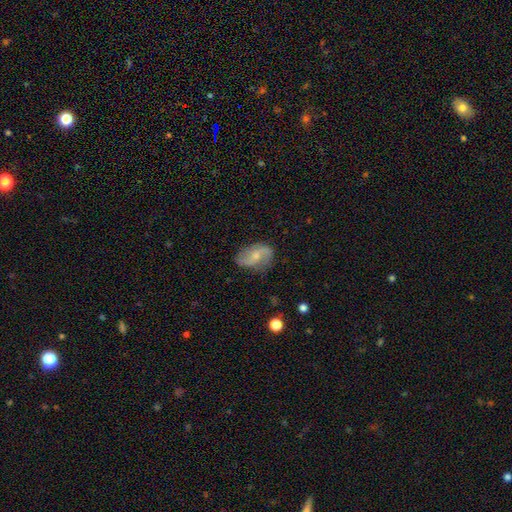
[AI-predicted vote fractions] smooth-or-featured: featured or disk: 67% | smooth: 26% | star or artifact: 7%
  disk-edge-on: no: 96% | yes: 4%
    bar: no: 48% | weak: 41% | strong: 11%
    has-spiral-arms: yes: 90% | no: 10%
      spiral-winding: loose: 57% | medium: 32% | tight: 11%
      spiral-arm-count: 2: 88% | can't tell: 6% | 1: 3% | 3: 1% | 4: 1% | more than 4: 1%
    bulge-size: small: 48% | moderate: 44% | none: 5% | large: 2% | dominant: 1%
  merging: none: 71% | minor disturbance: 20% | major disturbance: 7% | merger: 2%